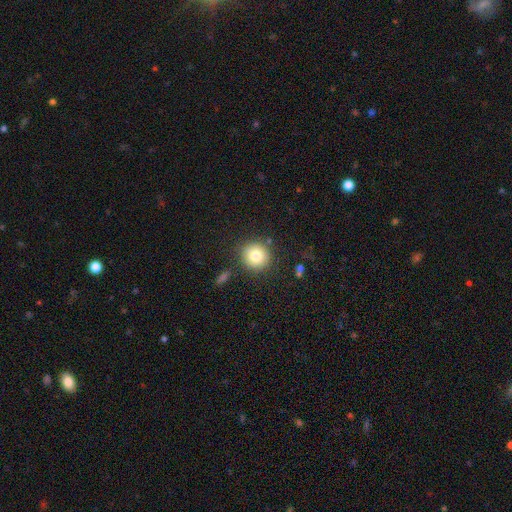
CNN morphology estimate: Smooth or featured?
  - smooth: 81% *
  - star or artifact: 10%
  - featured or disk: 9%
How rounded?
  - round: 92% *
  - in between: 7%
  - cigar-shaped: 1%
Merging?
  - none: 86% *
  - minor disturbance: 8%
  - merger: 3%
  - major disturbance: 3%